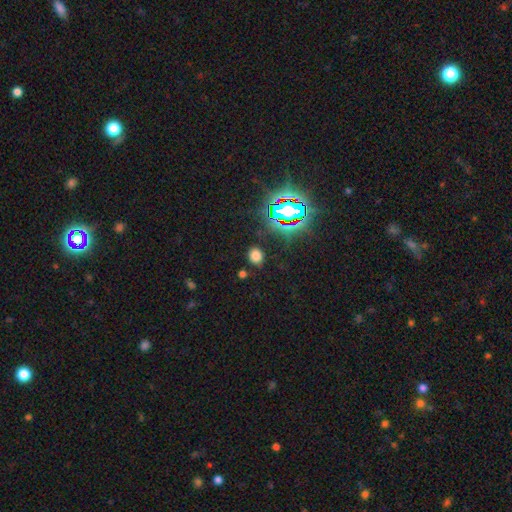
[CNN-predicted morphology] Smooth or featured? Predicted: smooth (p=0.68). How rounded? Predicted: round (p=0.65). Merging? Predicted: none (p=0.85).